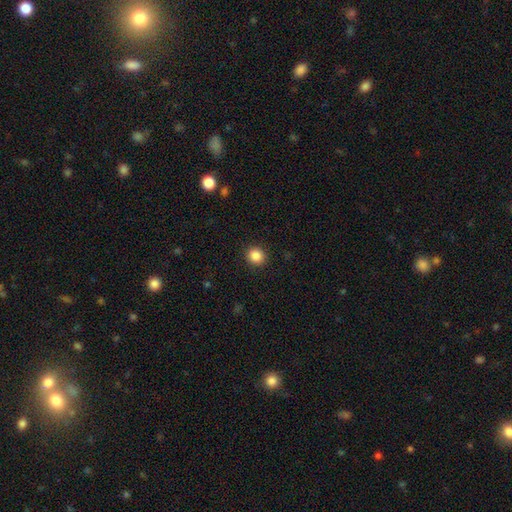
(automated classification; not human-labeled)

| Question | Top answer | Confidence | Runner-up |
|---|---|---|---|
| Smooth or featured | smooth | 87% | star or artifact (10%) |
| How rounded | round | 88% | in between (11%) |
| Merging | none | 92% | minor disturbance (5%) |